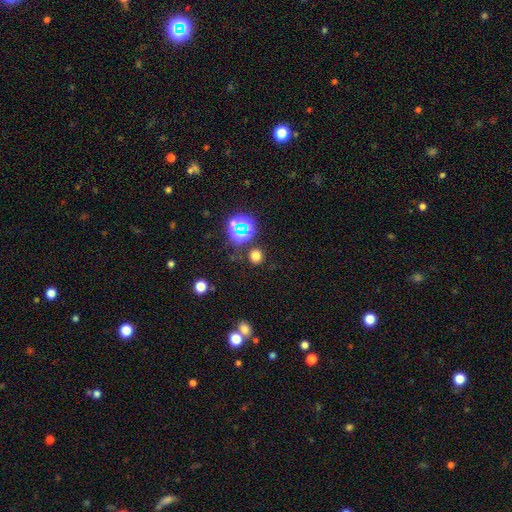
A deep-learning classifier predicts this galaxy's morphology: A smooth galaxy with no disk features (68%) that is round (89%). Merging: none (86%).